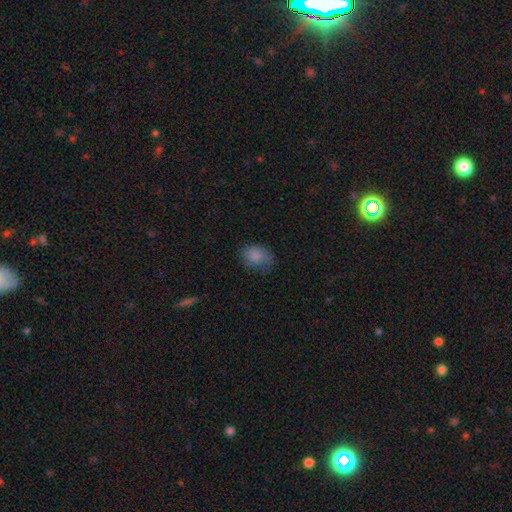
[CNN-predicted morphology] Smooth or featured? smooth (82%)
How rounded? in between (63%)
Merging? none (60%)